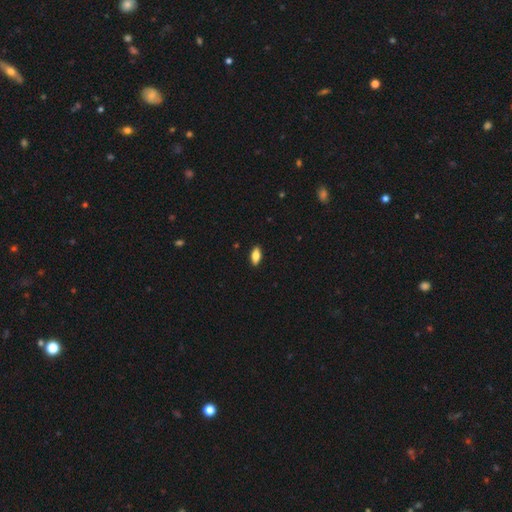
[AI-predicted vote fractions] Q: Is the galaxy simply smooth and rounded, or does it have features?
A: smooth — 81%.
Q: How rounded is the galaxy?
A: in between — 87%.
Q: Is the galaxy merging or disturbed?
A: none — 90%.